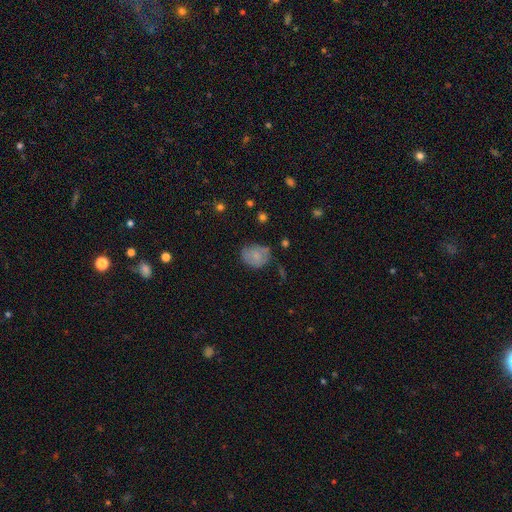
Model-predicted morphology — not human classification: A smooth galaxy with no disk features (71%) that is in between round and cigar-shaped (53%).

Vote fractions:
- Smooth or featured? smooth: 71% / featured or disk: 20% / star or artifact: 9%
- How rounded? in between: 53% / round: 46% / cigar-shaped: 1%
- Merging? none: 58% / minor disturbance: 29% / major disturbance: 9% / merger: 3%